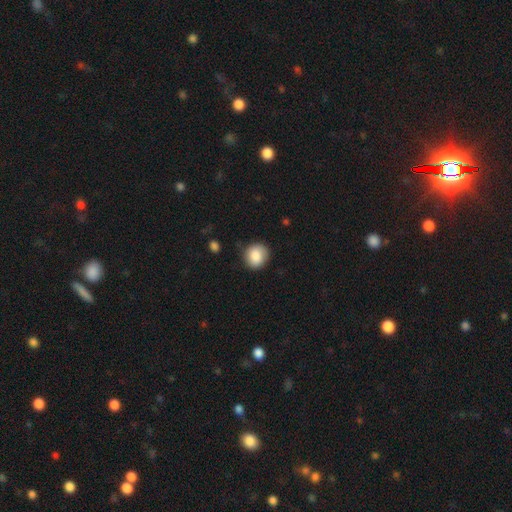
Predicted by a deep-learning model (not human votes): Smooth or featured?
  - smooth: 86% *
  - star or artifact: 8%
  - featured or disk: 7%
How rounded?
  - round: 80% *
  - in between: 19%
  - cigar-shaped: 1%
Merging?
  - none: 79% *
  - minor disturbance: 16%
  - major disturbance: 4%
  - merger: 1%